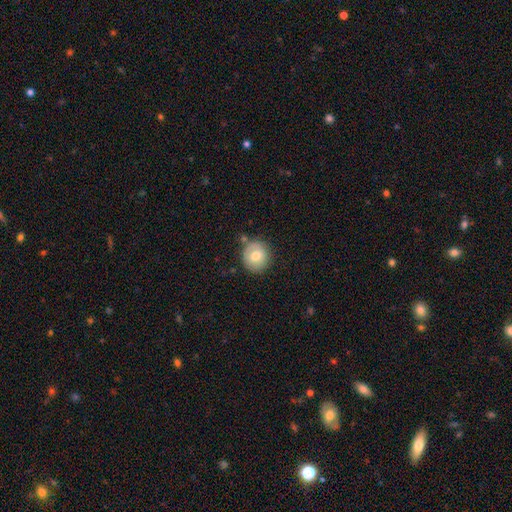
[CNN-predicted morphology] A smooth galaxy with no disk features (71%) that is round (85%).

Vote fractions:
- Smooth or featured? smooth: 71% / featured or disk: 21% / star or artifact: 8%
- How rounded? round: 85% / in between: 14% / cigar-shaped: 1%
- Merging? none: 74% / minor disturbance: 16% / merger: 6% / major disturbance: 4%